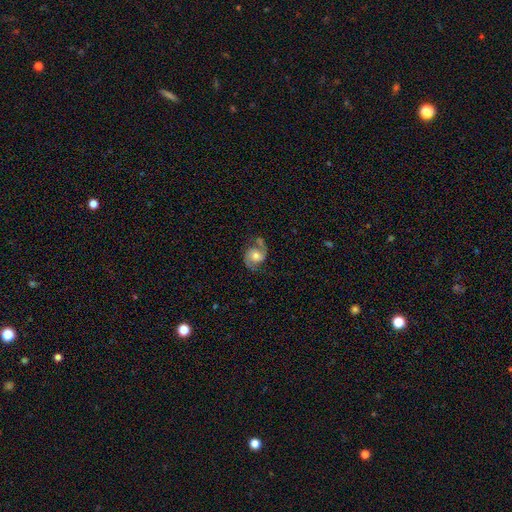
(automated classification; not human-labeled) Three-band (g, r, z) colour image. It shows a featured or disk galaxy (73%) with no bar (64%), 2 (89%) medium (48%) spiral arms (93%) and a moderate central bulge (59%). Merging: none (61%).